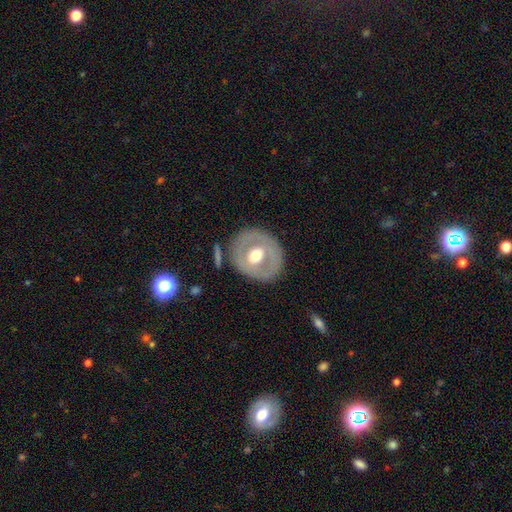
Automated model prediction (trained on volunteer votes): Q: Smooth or featured?
A: featured or disk (56%); runner-up: smooth (39%)
Q: Edge-on disk?
A: no (94%); runner-up: yes (6%)
Q: Bar?
A: no (55%); runner-up: weak (31%)
Q: Spiral arms?
A: no (83%); runner-up: yes (17%)
Q: Bulge size?
A: moderate (74%); runner-up: large (16%)
Q: Merging?
A: none (81%); runner-up: minor disturbance (12%)